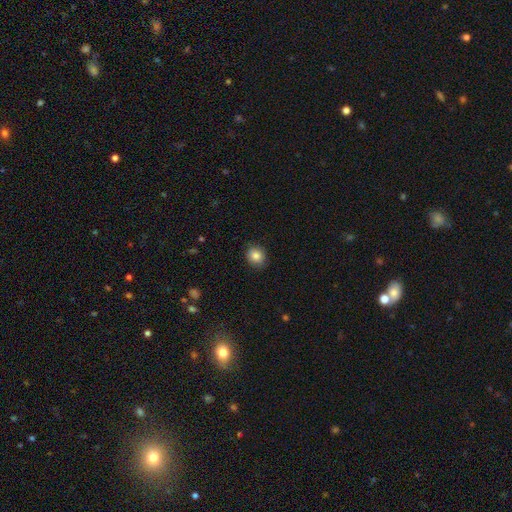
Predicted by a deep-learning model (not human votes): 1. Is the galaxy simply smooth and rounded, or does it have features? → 84% smooth, 10% star or artifact, 7% featured or disk.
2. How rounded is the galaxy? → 76% round, 23% in between, 1% cigar-shaped.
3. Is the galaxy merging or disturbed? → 88% none, 9% minor disturbance, 2% major disturbance, 1% merger.